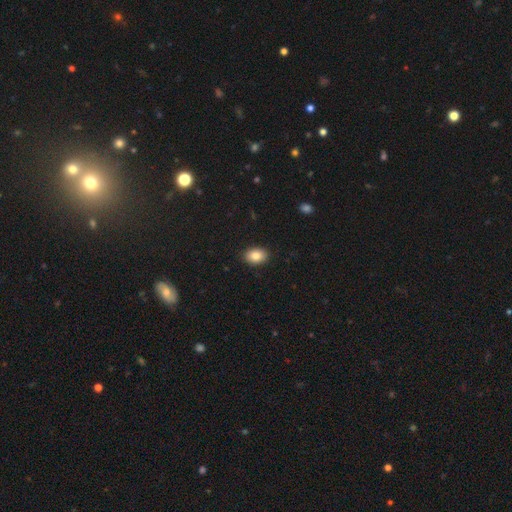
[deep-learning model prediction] This appears to be a smooth galaxy with no disk features (85%) that is in between round and cigar-shaped (78%). Merging: none (90%).